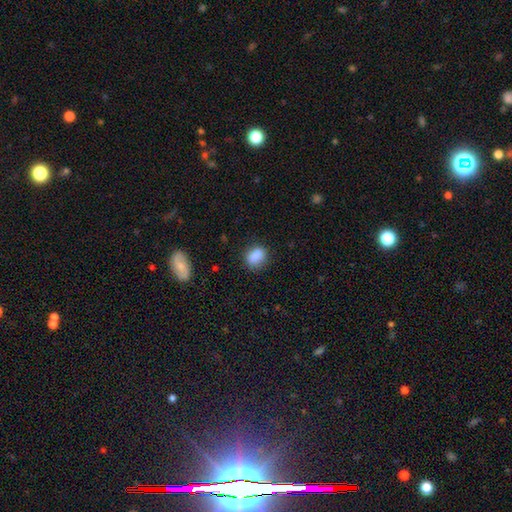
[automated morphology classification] This is clearly a smooth galaxy (85%). How rounded: likely in between (63%). Merging: likely none (74%).